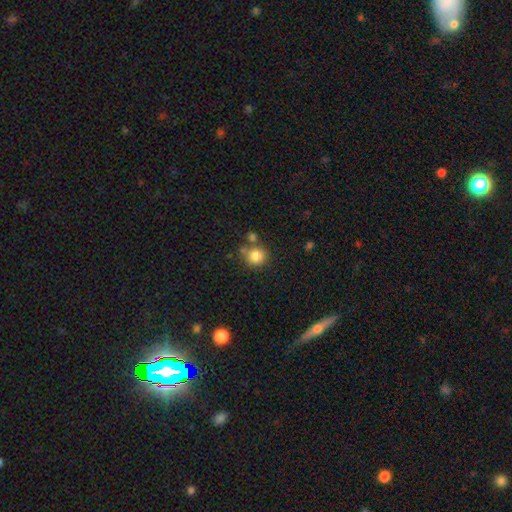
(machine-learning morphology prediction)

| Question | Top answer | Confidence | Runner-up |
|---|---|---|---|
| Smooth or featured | smooth | 83% | star or artifact (10%) |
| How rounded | round | 88% | in between (11%) |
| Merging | none | 69% | merger (17%) |